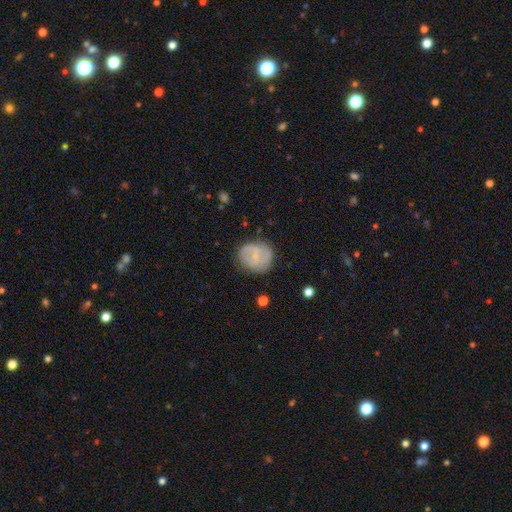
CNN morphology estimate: type=featured or disk (49%); merging=none (74%).